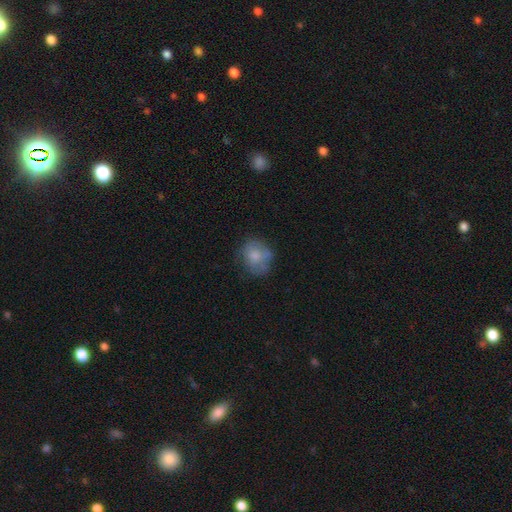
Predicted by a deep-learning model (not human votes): Q: Smooth or featured?
A: smooth (70%); runner-up: featured or disk (22%)
Q: How rounded?
A: round (69%); runner-up: in between (30%)
Q: Merging?
A: none (55%); runner-up: minor disturbance (28%)